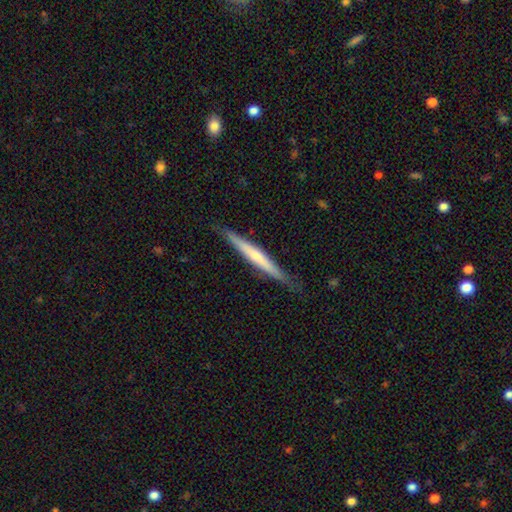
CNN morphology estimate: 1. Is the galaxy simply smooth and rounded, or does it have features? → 62% featured or disk, 31% smooth, 6% star or artifact.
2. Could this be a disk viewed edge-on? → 97% yes, 3% no.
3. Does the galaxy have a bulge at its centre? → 46% none, 45% rounded, 10% boxy.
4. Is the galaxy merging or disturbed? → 88% none, 10% minor disturbance, 2% major disturbance, 1% merger.